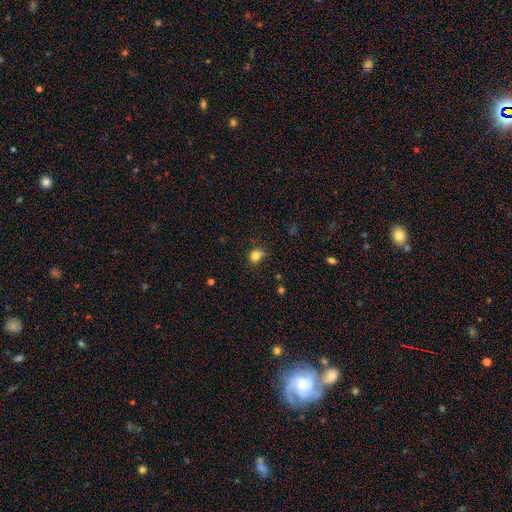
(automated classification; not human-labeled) A smooth galaxy with no disk features (80%) that is round (66%). Merging: none (60%).